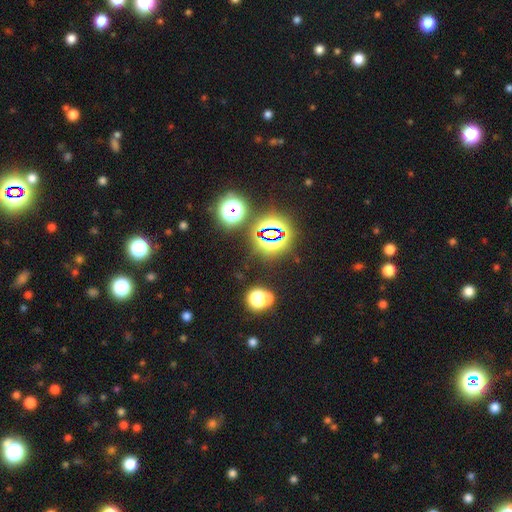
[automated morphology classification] Overall: star or artifact (77%).